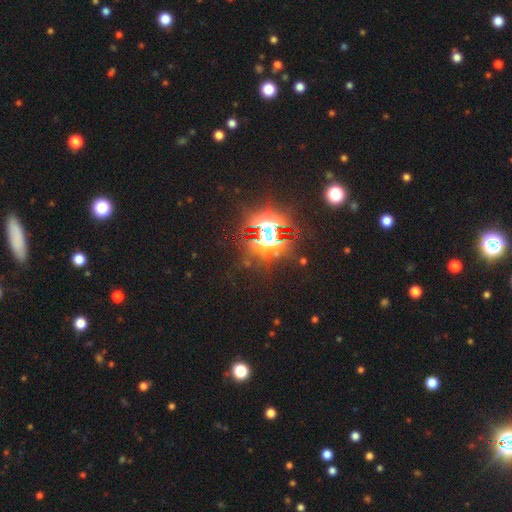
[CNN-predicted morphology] Smooth or featured: star or artifact — 84% (smooth — 9%)